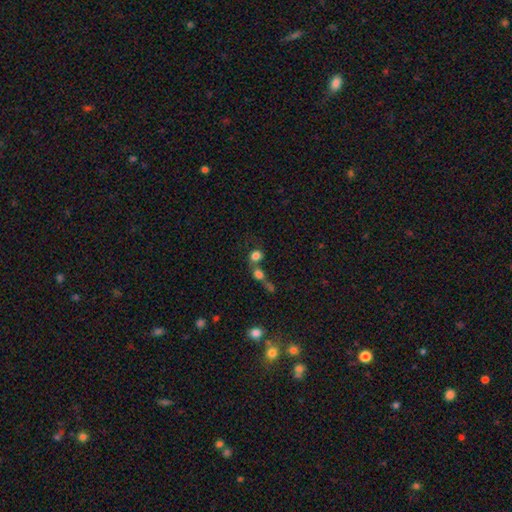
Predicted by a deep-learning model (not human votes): Overall: smooth (78%). How rounded: round (69%; in between 29%). Merging: merger (51%; none 34%).